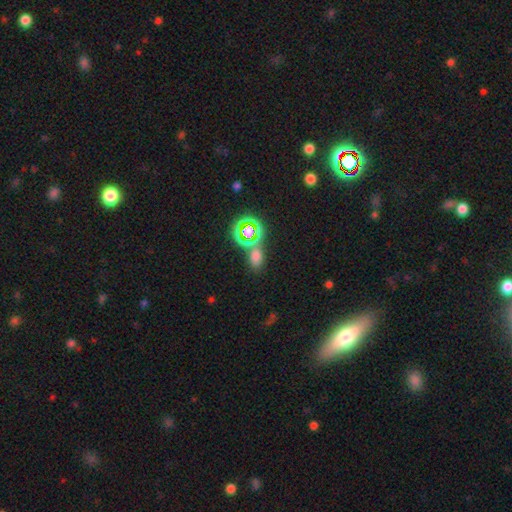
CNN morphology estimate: Smooth or featured: smooth — 60% (star or artifact — 33%)
How rounded: in between — 77% (round — 20%)
Merging: none — 67% (merger — 16%)